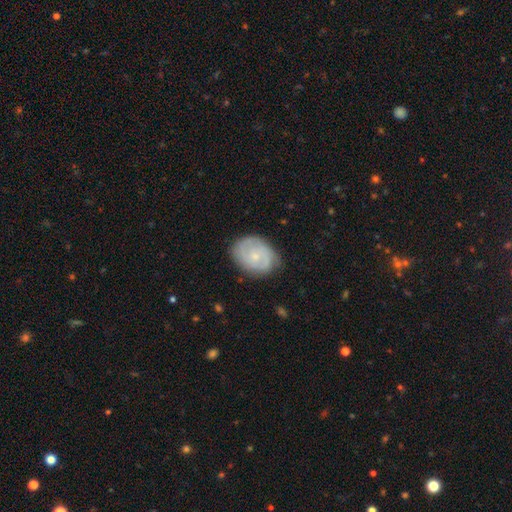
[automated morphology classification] Q: Smooth or featured?
A: featured or disk (58%); runner-up: smooth (35%)
Q: Edge-on disk?
A: no (97%); runner-up: yes (3%)
Q: Bar?
A: no (72%); runner-up: weak (24%)
Q: Spiral arms?
A: yes (84%); runner-up: no (16%)
Q: Bulge size?
A: small (67%); runner-up: moderate (25%)
Q: Merging?
A: none (75%); runner-up: minor disturbance (19%)